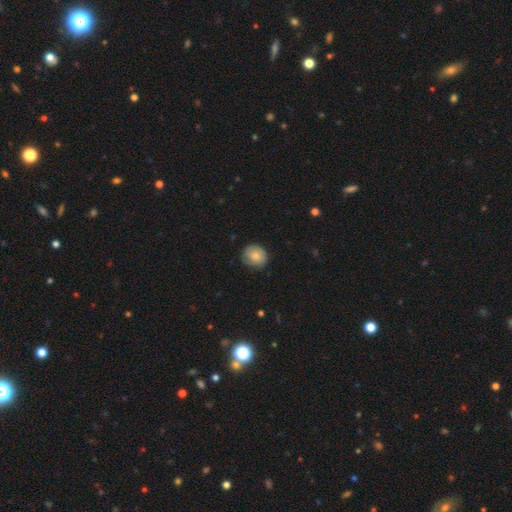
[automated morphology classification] The model was most divided on "merging": none: 74%, minor disturbance: 21%, major disturbance: 4%, merger: 1%. More confident: how rounded — round (80%); smooth or featured — smooth (77%).